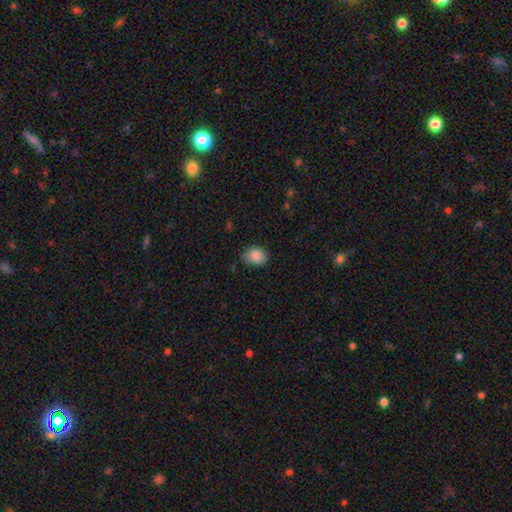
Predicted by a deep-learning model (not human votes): smooth-or-featured: smooth: 87% | star or artifact: 8% | featured or disk: 4%
  how-rounded: in between: 59% | round: 40% | cigar-shaped: 1%
  merging: none: 74% | minor disturbance: 21% | major disturbance: 4% | merger: 1%